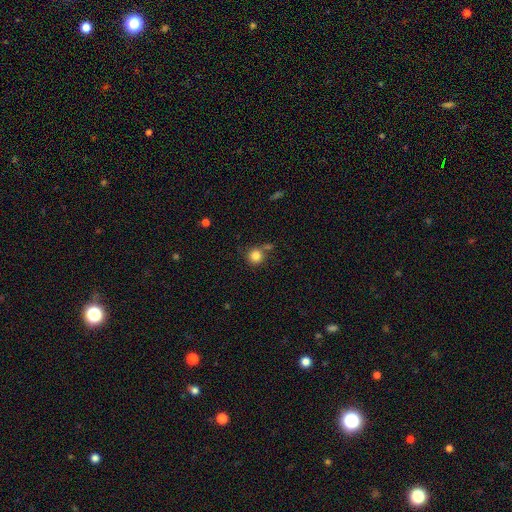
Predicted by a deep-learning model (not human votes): Smooth or featured: smooth — 84% (star or artifact — 11%)
How rounded: round — 93% (in between — 6%)
Merging: none — 69% (merger — 15%)